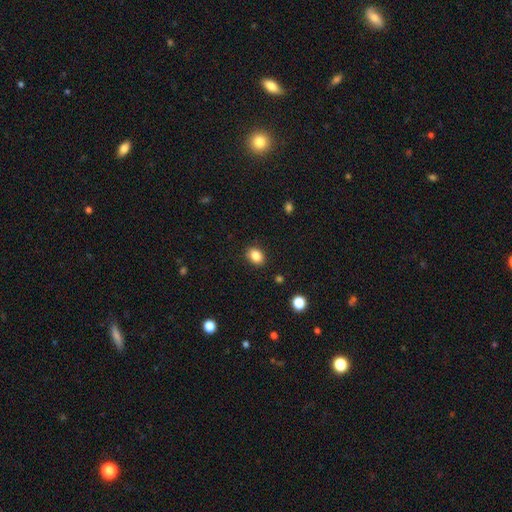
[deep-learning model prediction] This is clearly a smooth galaxy (86%). How rounded: likely in between (71%). Merging: clearly none (88%).